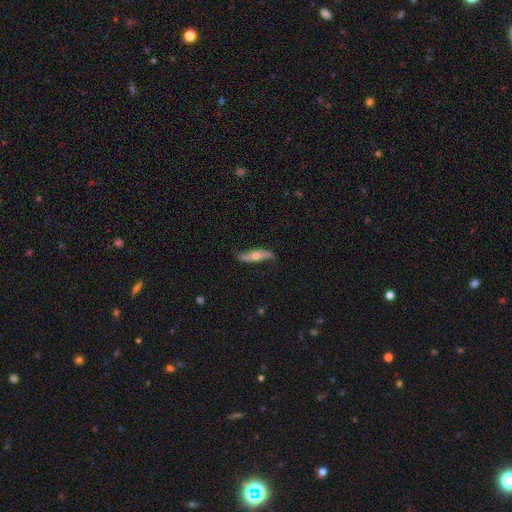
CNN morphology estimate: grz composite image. It shows a featured or disk galaxy (50%) viewed edge-on (64%). Merging: none (75%).